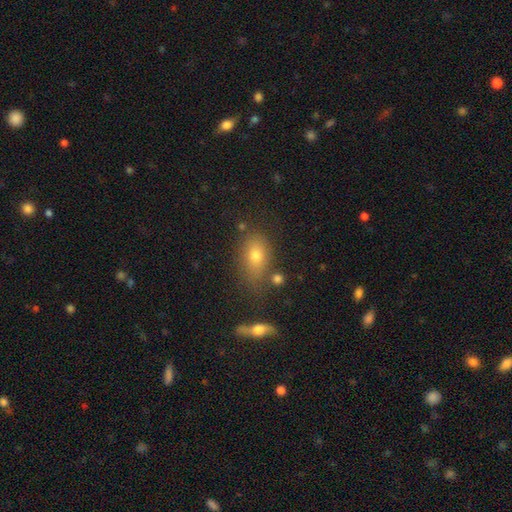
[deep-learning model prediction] Overall: smooth (71%). How rounded: in between (76%). Merging: none (67%).